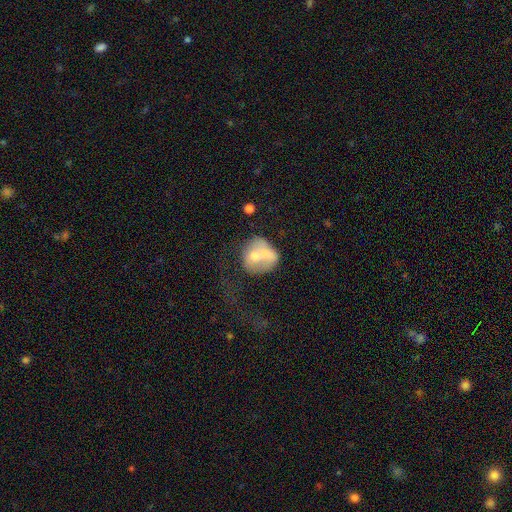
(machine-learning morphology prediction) smooth-or-featured: smooth: 52% | featured or disk: 39% | star or artifact: 9%
  how-rounded: round: 68% | in between: 31% | cigar-shaped: 1%
  merging: merger: 54% | none: 21% | major disturbance: 15% | minor disturbance: 10%